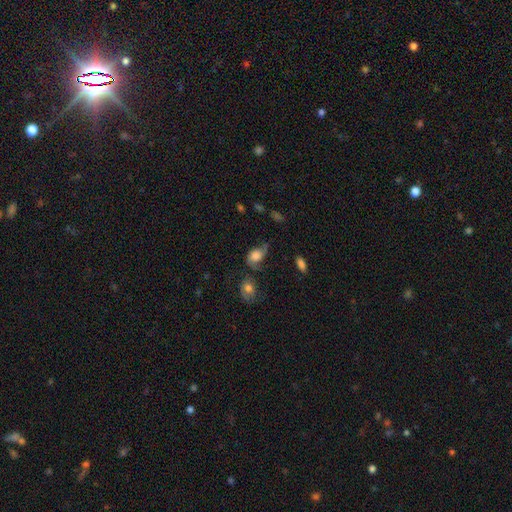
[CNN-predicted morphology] Smooth or featured? Predicted: smooth (p=0.46). Merging? Predicted: none (p=0.39).